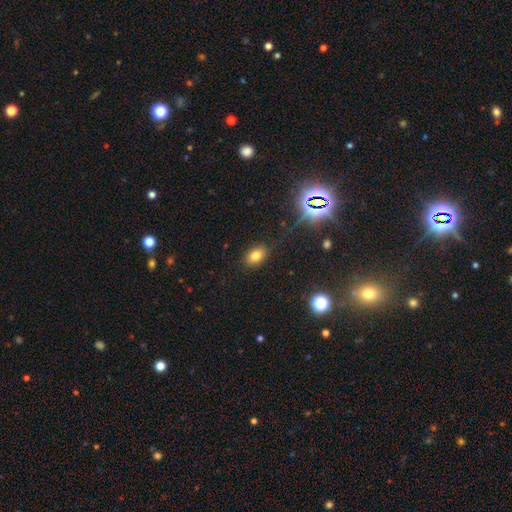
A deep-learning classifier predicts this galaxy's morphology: A smooth galaxy with no disk features (76%) that is in between round and cigar-shaped (81%).

Vote fractions:
- Smooth or featured? smooth: 76% / star or artifact: 16% / featured or disk: 7%
- How rounded? in between: 81% / round: 18% / cigar-shaped: 2%
- Merging? none: 85% / minor disturbance: 10% / major disturbance: 3% / merger: 2%